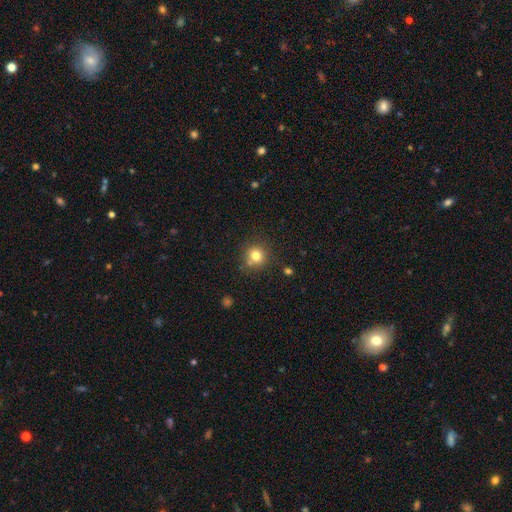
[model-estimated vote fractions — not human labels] Morphology: type=smooth (79%); roundness=round (90%); merging=none (77%).